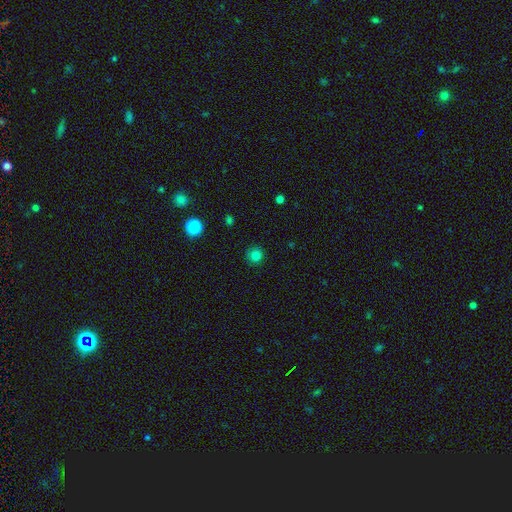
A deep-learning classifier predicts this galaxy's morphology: Overall: smooth (81%). How rounded: round (93%). Merging: none (88%).